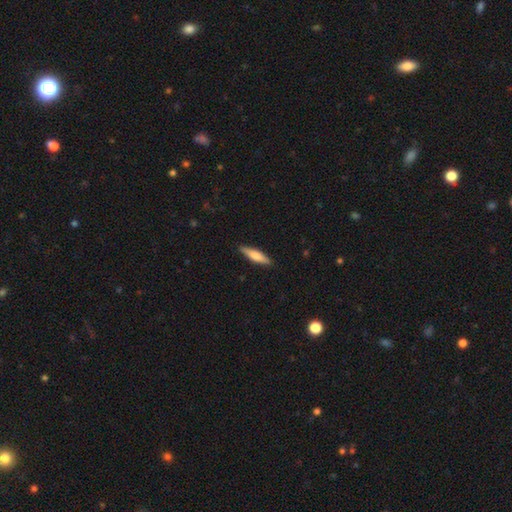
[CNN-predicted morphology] Overall: smooth (67%; featured or disk 27%). How rounded: cigar-shaped (77%). Merging: none (89%).